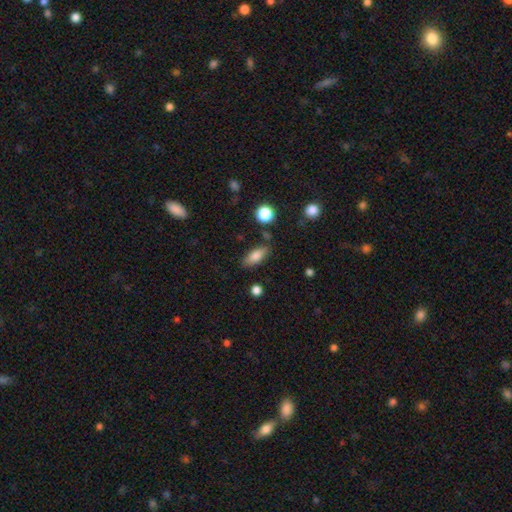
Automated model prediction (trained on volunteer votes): The model was most divided on "how rounded": in between: 77%, cigar-shaped: 19%, round: 4%. More confident: merging — none (80%); smooth or featured — smooth (79%).